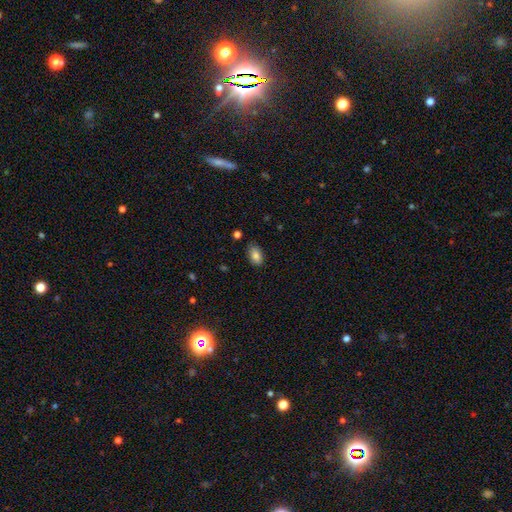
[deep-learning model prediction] Overall: smooth (84%). How rounded: in between (90%). Merging: none (81%).